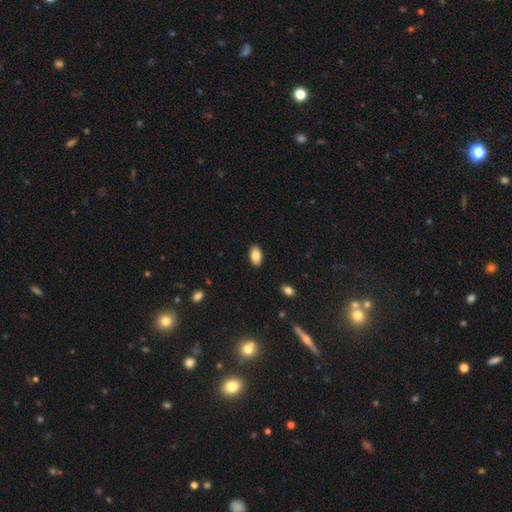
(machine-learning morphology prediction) Smooth or featured: smooth — 84% (featured or disk — 8%)
How rounded: in between — 93% (round — 5%)
Merging: none — 89% (minor disturbance — 8%)